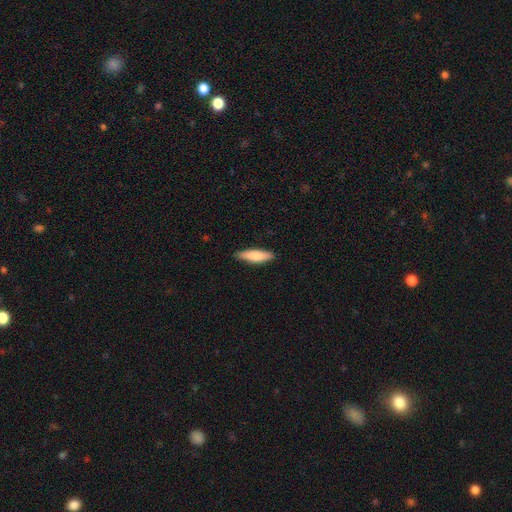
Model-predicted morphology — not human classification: Smooth or featured: smooth — 77% (featured or disk — 18%)
How rounded: cigar-shaped — 64% (in between — 34%)
Merging: none — 86% (minor disturbance — 11%)